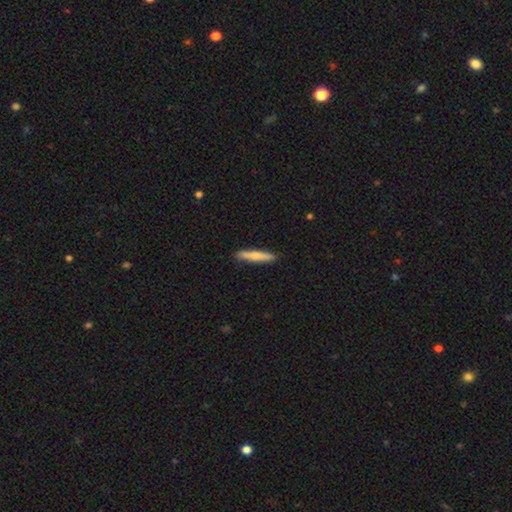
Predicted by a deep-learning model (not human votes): Smooth or featured? smooth (68%)
How rounded? cigar-shaped (92%)
Merging? none (90%)